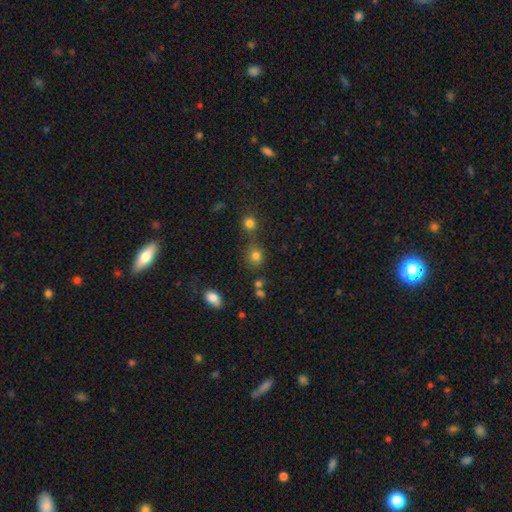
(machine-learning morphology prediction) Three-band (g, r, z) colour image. It shows a smooth galaxy with no disk features (78%) that is round (81%). Merging: none (60%).